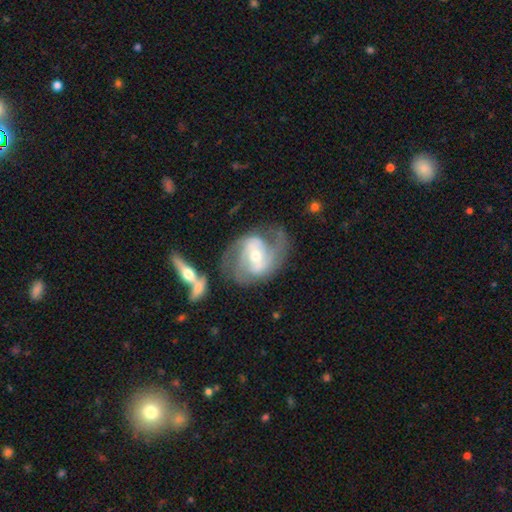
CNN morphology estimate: smooth_or_featured: featured or disk (p=0.86) [alt: smooth p=0.09]
disk_edge_on: no (p=0.97) [alt: yes p=0.03]
bar: weak (p=0.39) [alt: strong p=0.30]
has_spiral_arms: yes (p=0.94) [alt: no p=0.06]
spiral_winding: medium (p=0.48) [alt: tight p=0.32]
spiral_arm_count: 2 (p=0.67) [alt: 3 p=0.13]
bulge_size: moderate (p=0.55) [alt: small p=0.40]
merging: none (p=0.56) [alt: minor disturbance p=0.20]